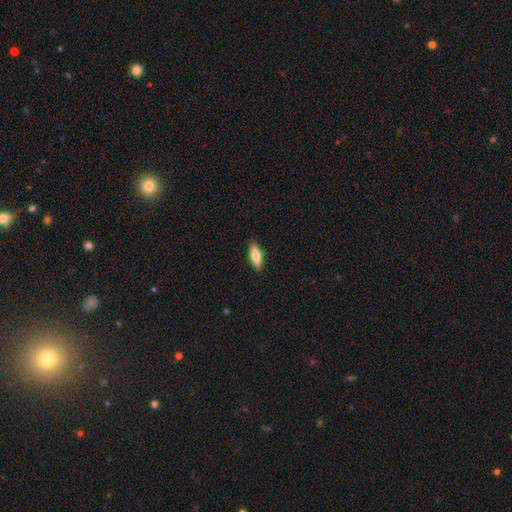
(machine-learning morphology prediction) Smooth or featured? smooth (68%)
How rounded? in between (58%)
Merging? none (89%)